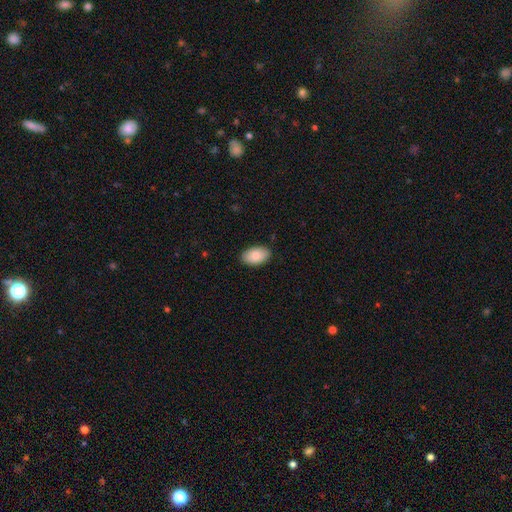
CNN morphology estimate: This appears to be a smooth galaxy with no disk features (85%) that is in between round and cigar-shaped (94%). Merging: none (87%).